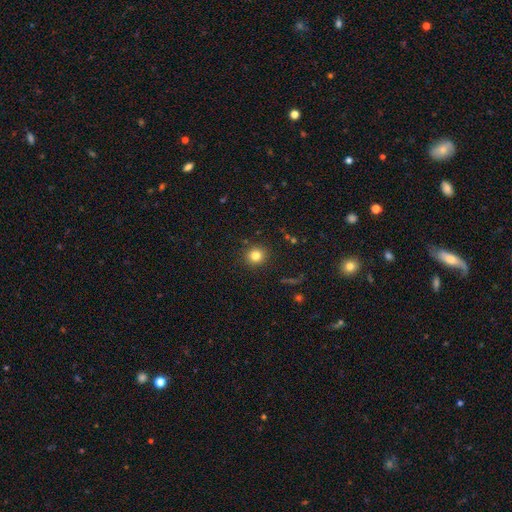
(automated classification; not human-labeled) Q: Smooth or featured?
A: smooth (81%); runner-up: star or artifact (13%)
Q: How rounded?
A: round (91%); runner-up: in between (8%)
Q: Merging?
A: none (90%); runner-up: minor disturbance (6%)